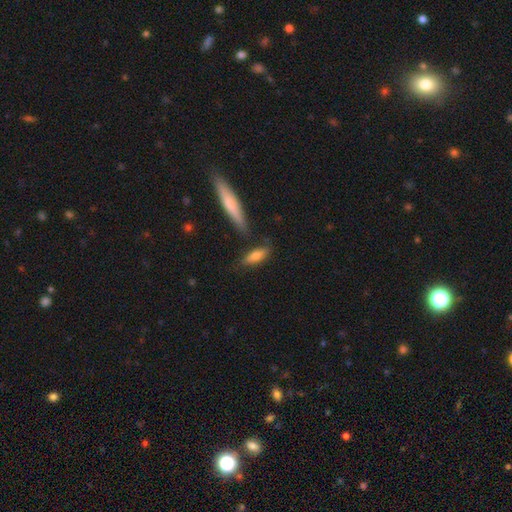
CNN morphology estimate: Overall: smooth (72%). How rounded: in between (52%; cigar-shaped 46%). Merging: none (72%).